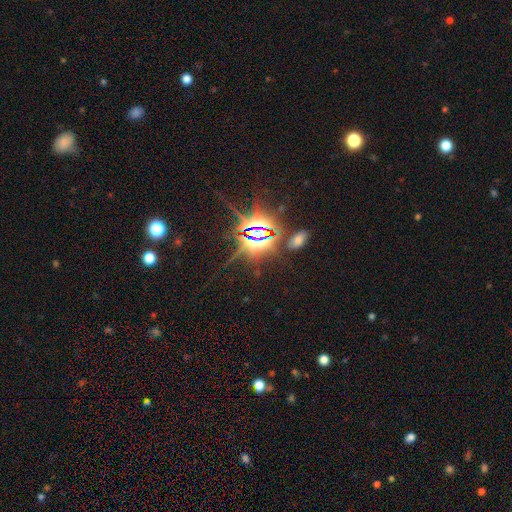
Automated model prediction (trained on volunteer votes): The model was most divided on "smooth or featured": star or artifact: 85%, featured or disk: 7%, smooth: 7%.